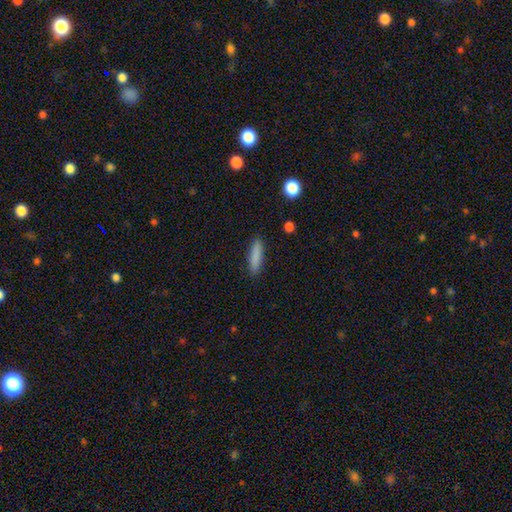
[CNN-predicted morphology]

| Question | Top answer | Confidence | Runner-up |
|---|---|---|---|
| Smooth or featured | smooth | 85% | featured or disk (8%) |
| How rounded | cigar-shaped | 76% | in between (22%) |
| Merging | none | 88% | minor disturbance (9%) |